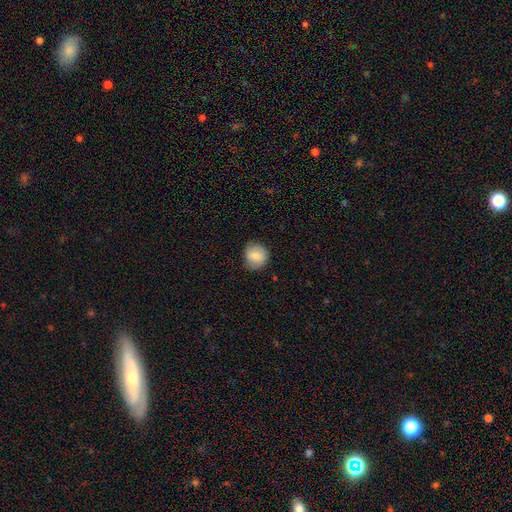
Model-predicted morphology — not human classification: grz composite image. It shows a smooth galaxy with no disk features (82%) that is round (85%). Merging: none (80%).